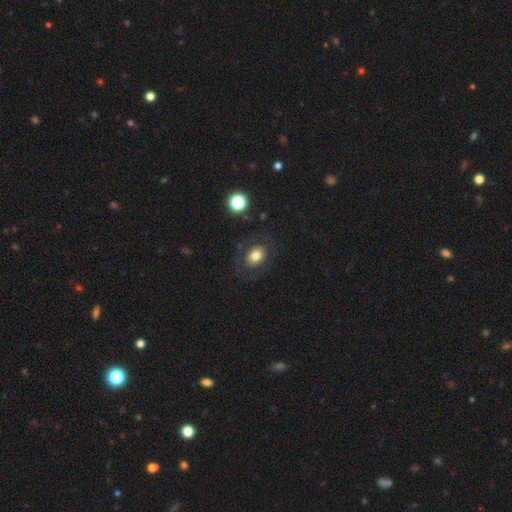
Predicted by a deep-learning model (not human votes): Overall: smooth (72%). How rounded: in between (62%; round 37%). Merging: none (78%).